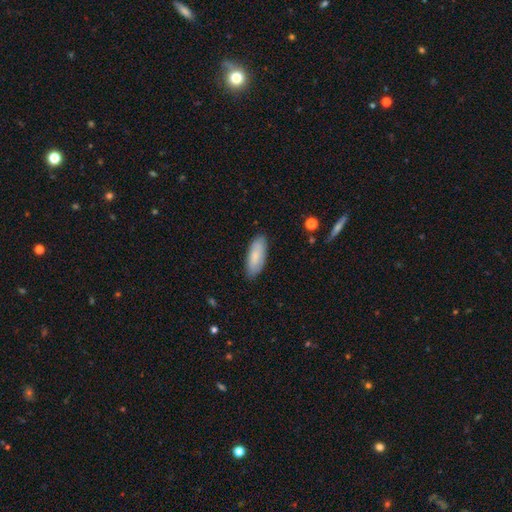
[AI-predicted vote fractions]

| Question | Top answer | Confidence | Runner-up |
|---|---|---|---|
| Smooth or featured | smooth | 77% | featured or disk (17%) |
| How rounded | in between | 77% | cigar-shaped (21%) |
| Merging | none | 84% | minor disturbance (13%) |